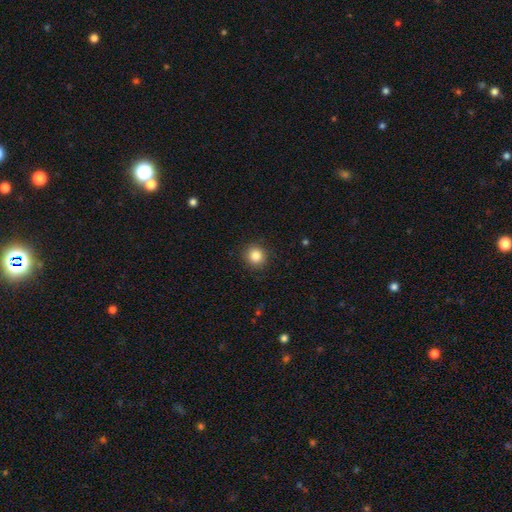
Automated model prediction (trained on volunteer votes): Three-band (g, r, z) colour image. It shows a smooth galaxy with no disk features (85%) that is round (91%). Merging: none (91%).